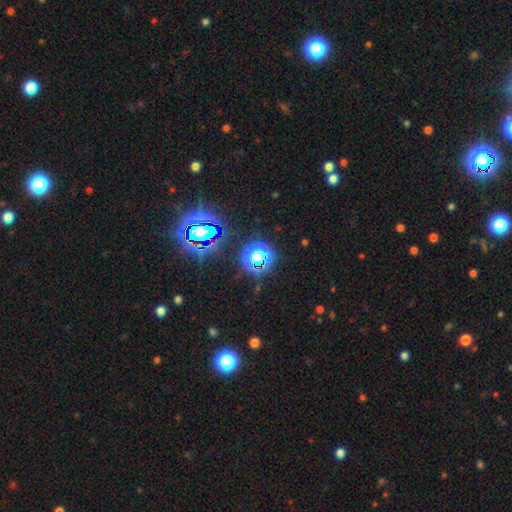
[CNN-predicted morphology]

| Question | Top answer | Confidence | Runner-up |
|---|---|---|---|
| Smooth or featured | star or artifact | 63% | smooth (27%) |